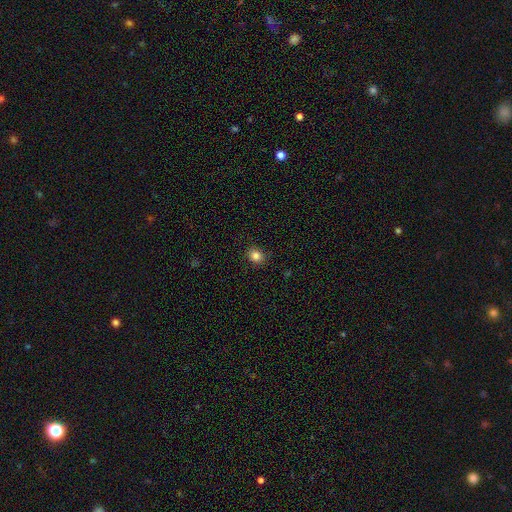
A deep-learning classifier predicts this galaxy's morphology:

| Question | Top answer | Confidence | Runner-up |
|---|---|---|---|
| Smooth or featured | smooth | 84% | star or artifact (11%) |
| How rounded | round | 74% | in between (25%) |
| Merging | none | 88% | minor disturbance (9%) |